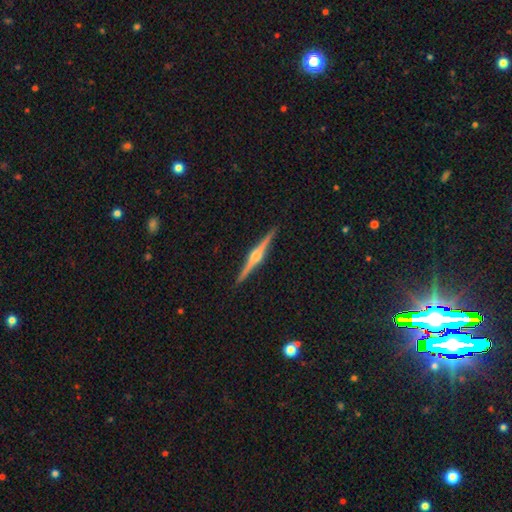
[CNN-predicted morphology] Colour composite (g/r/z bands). It shows a featured or disk galaxy (86%) viewed edge-on (99%) with a rounded central bulge (91%). Merging: none (93%).